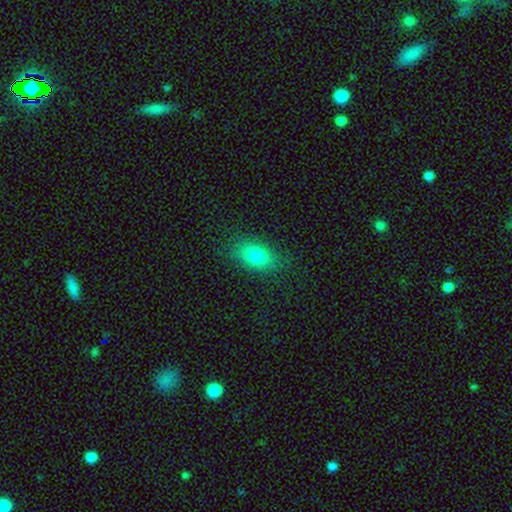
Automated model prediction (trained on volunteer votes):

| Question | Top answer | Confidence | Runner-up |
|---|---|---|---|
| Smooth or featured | smooth | 80% | featured or disk (10%) |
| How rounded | in between | 86% | round (11%) |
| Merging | none | 82% | minor disturbance (13%) |